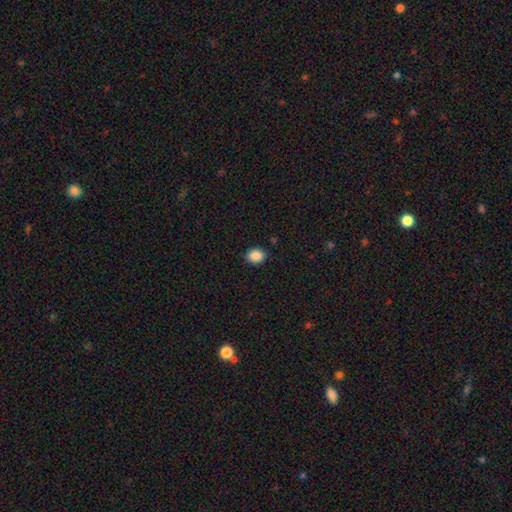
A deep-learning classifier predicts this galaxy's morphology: Overall: smooth (88%). How rounded: in between (56%; round 43%). Merging: none (87%).